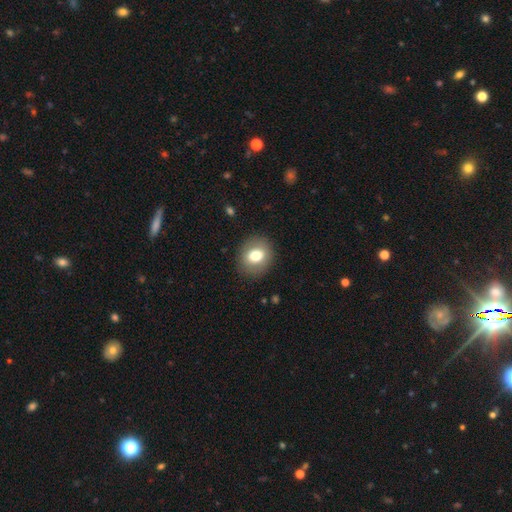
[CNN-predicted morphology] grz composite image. It shows a smooth galaxy with no disk features (76%) that is round (61%). Merging: none (88%).